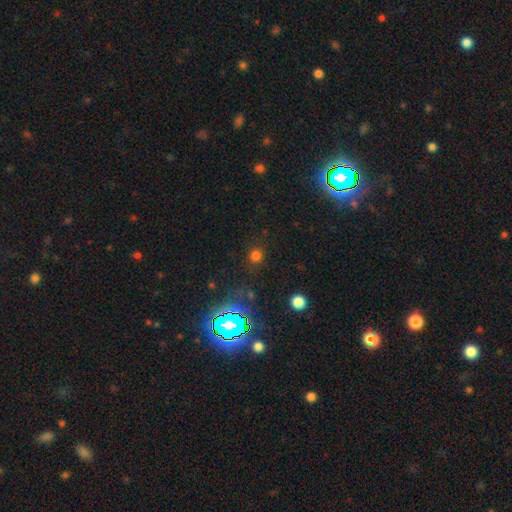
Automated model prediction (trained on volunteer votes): Overall: smooth (67%). How rounded: round (91%). Merging: none (87%).